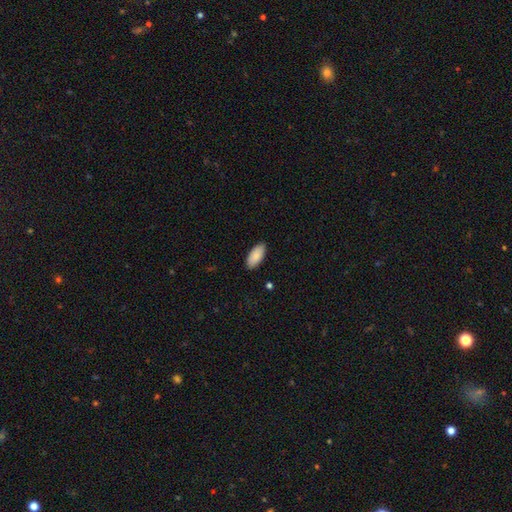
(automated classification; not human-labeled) smooth-or-featured: smooth: 89% | star or artifact: 6% | featured or disk: 5%
  how-rounded: in between: 92% | cigar-shaped: 7% | round: 2%
  merging: none: 89% | minor disturbance: 9% | major disturbance: 2% | merger: 1%